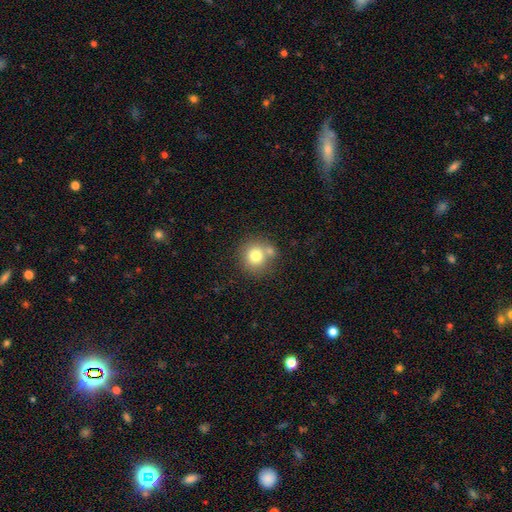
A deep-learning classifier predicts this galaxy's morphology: The model was most divided on "merging": none: 63%, merger: 23%, minor disturbance: 11%, major disturbance: 4%. More confident: how rounded — round (90%); smooth or featured — smooth (76%).